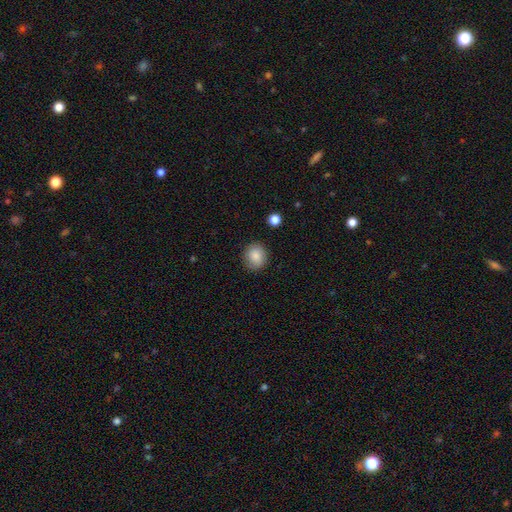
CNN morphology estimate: This is clearly a smooth galaxy (84%). How rounded: likely round (77%). Merging: clearly none (85%).